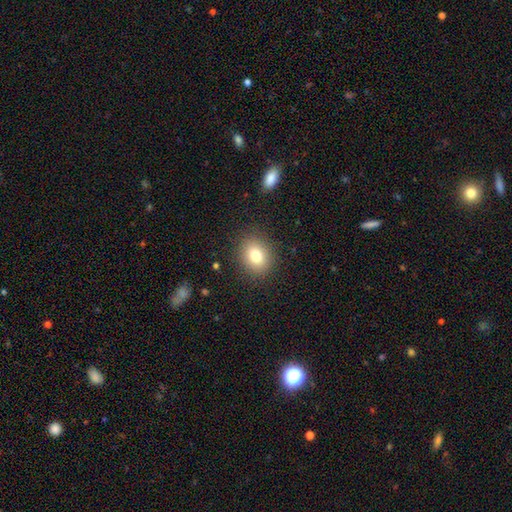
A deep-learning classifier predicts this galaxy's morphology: The model was most divided on "how rounded": round: 57%, in between: 42%, cigar-shaped: 1%. More confident: merging — none (88%); smooth or featured — smooth (79%).